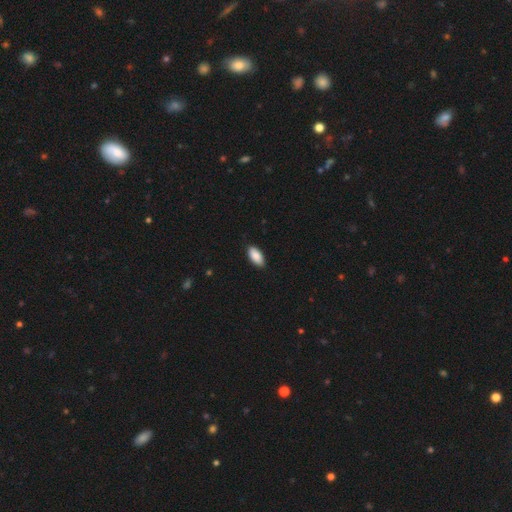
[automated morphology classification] The model was most divided on "merging": none: 88%, minor disturbance: 10%, major disturbance: 2%, merger: 1%. More confident: how rounded — in between (93%); smooth or featured — smooth (89%).